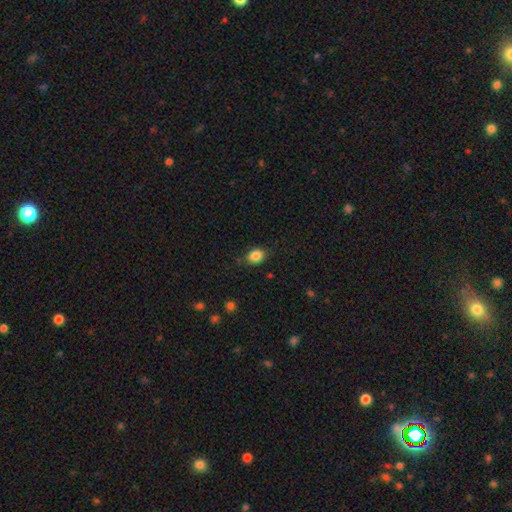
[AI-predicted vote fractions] A smooth galaxy with no disk features (85%) that is in between round and cigar-shaped (57%).

Vote fractions:
- Smooth or featured? smooth: 85% / star or artifact: 10% / featured or disk: 5%
- How rounded? in between: 57% / round: 42% / cigar-shaped: 1%
- Merging? none: 81% / minor disturbance: 14% / major disturbance: 3% / merger: 2%